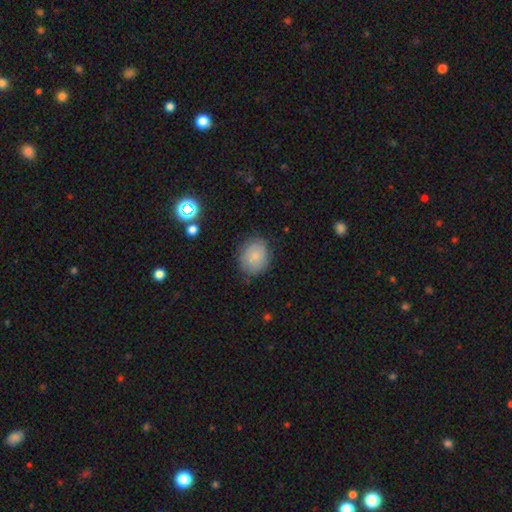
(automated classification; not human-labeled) smooth_or_featured: smooth (p=0.76) [alt: featured or disk p=0.15]
how_rounded: round (p=0.61) [alt: in between p=0.38]
merging: none (p=0.78) [alt: minor disturbance p=0.17]